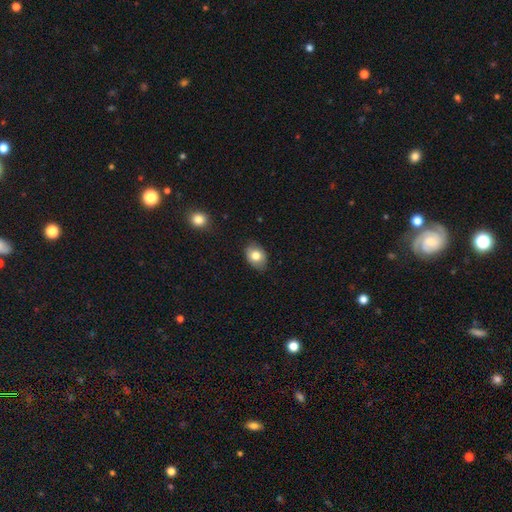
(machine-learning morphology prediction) smooth 78%, featured or disk 14%, star or artifact 8%. Down the decision tree: how rounded — in between (73%); merging — none (81%).